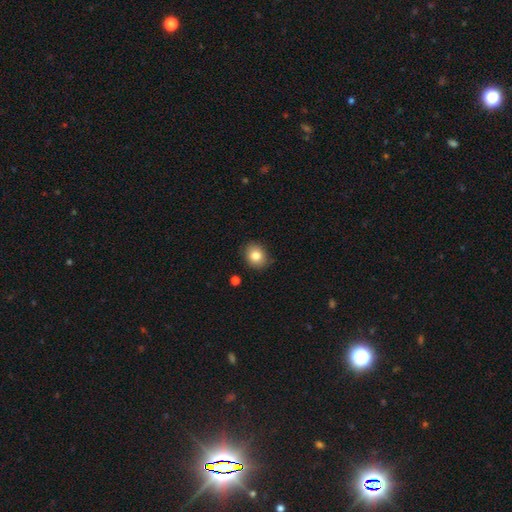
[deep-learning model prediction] Smooth or featured?
  - smooth: 83% *
  - star or artifact: 9%
  - featured or disk: 8%
How rounded?
  - round: 63% *
  - in between: 36%
  - cigar-shaped: 1%
Merging?
  - none: 85% *
  - minor disturbance: 11%
  - major disturbance: 2%
  - merger: 2%